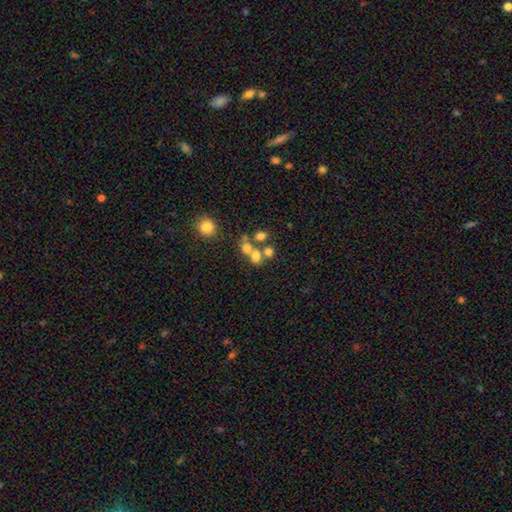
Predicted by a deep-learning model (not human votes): Q: Smooth or featured?
A: smooth (63%); runner-up: featured or disk (20%)
Q: How rounded?
A: round (64%); runner-up: in between (35%)
Q: Merging?
A: merger (50%); runner-up: none (35%)